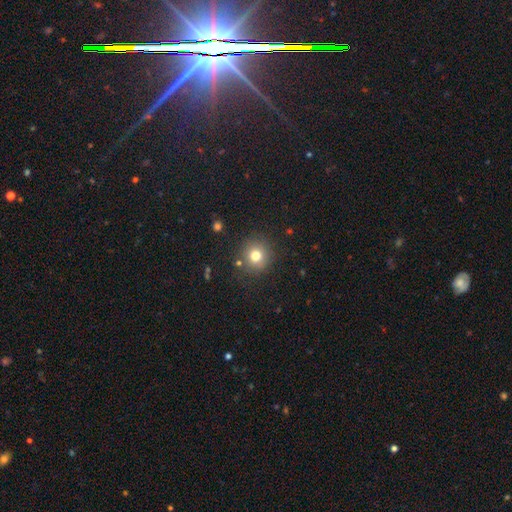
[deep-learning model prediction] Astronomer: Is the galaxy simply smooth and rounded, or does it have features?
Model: smooth — 77%.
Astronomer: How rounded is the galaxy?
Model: round — 92%.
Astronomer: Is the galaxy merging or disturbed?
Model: none — 86%.